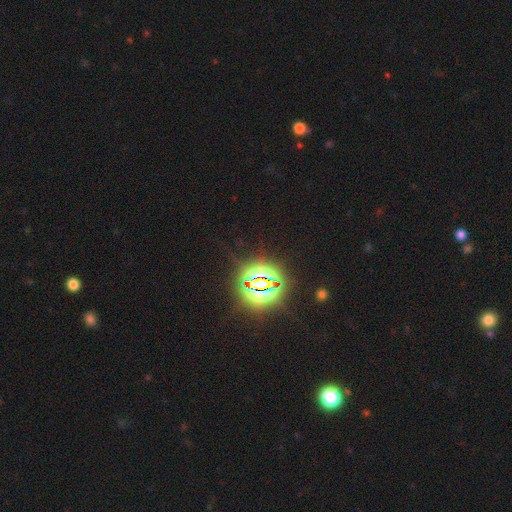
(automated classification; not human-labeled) Smooth or featured? star or artifact (84%)